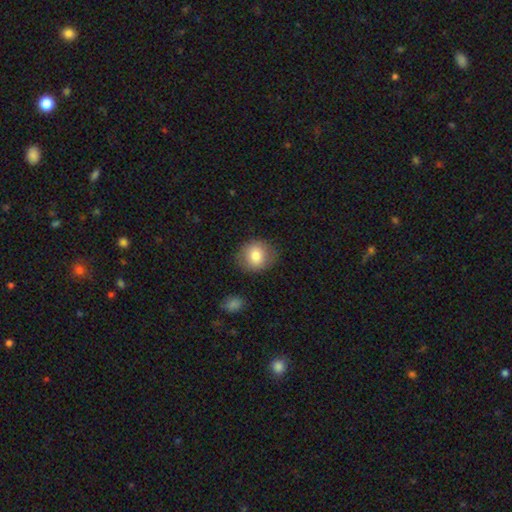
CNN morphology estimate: This appears to be a smooth galaxy with no disk features (79%) that is round (75%). Merging: none (80%).